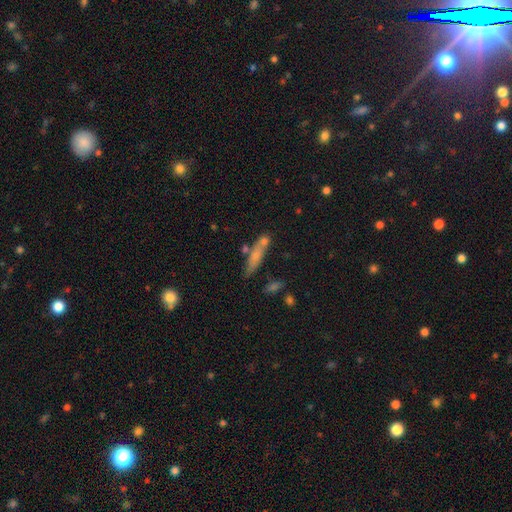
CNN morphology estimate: Overall: smooth (68%). How rounded: cigar-shaped (75%). Merging: none (62%).